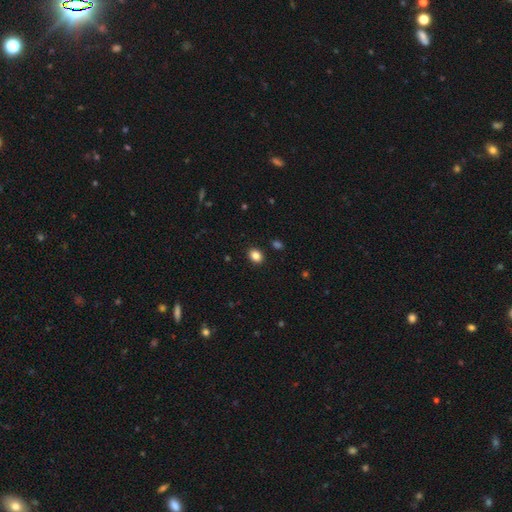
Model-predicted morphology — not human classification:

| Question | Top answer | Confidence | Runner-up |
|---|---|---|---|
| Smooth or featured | smooth | 85% | star or artifact (10%) |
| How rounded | in between | 56% | round (43%) |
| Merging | none | 90% | minor disturbance (7%) |